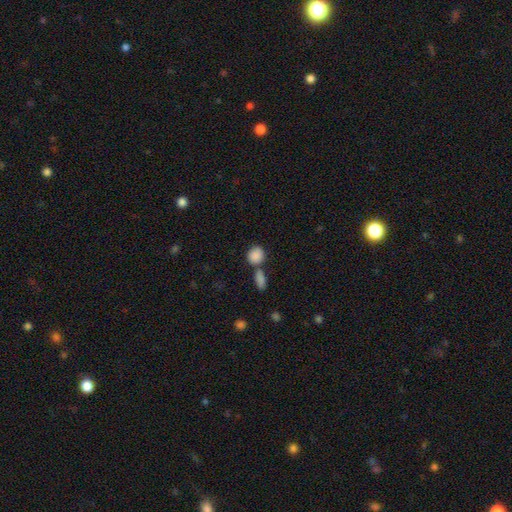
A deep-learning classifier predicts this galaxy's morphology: Smooth or featured? smooth (88%)
How rounded? round (66%)
Merging? none (54%)